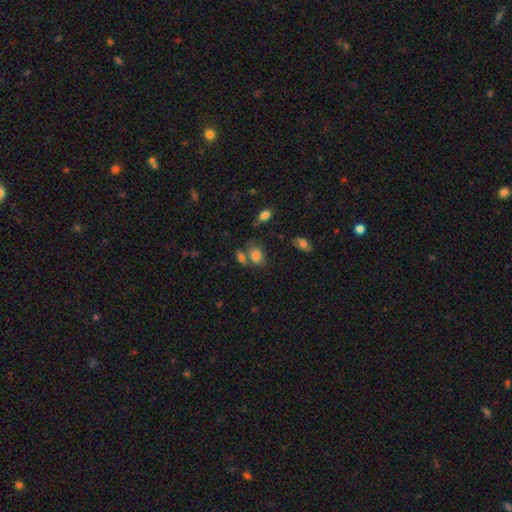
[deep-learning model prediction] A smooth galaxy with no disk features (78%) that is in between round and cigar-shaped (65%). Merging: none (51%).